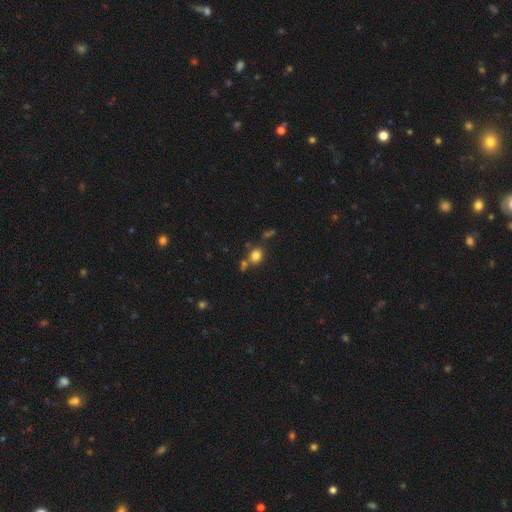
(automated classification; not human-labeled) This is clearly a smooth galaxy (80%). How rounded: likely round (72%). Merging: likely none (66%).